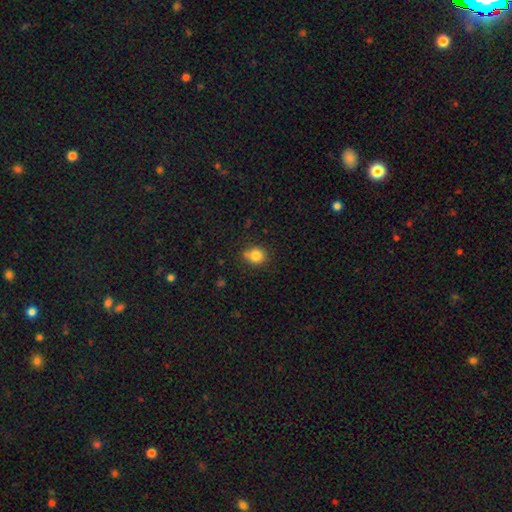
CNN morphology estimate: The model was most divided on "merging": none: 70%, minor disturbance: 18%, merger: 8%, major disturbance: 4%. More confident: smooth or featured — smooth (83%); how rounded — round (80%).